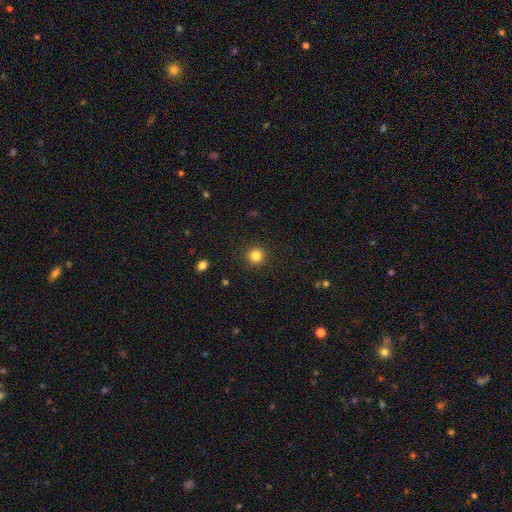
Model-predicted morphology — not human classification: Q: Smooth or featured?
A: smooth (83%); runner-up: star or artifact (12%)
Q: How rounded?
A: round (95%); runner-up: in between (4%)
Q: Merging?
A: none (92%); runner-up: minor disturbance (5%)